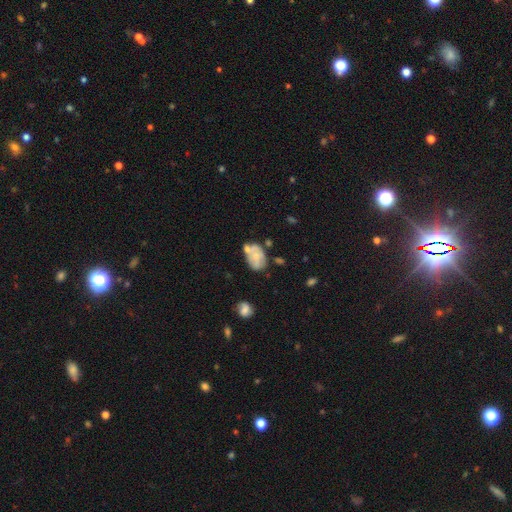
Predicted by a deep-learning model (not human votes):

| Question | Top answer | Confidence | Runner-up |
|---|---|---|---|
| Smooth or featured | smooth | 53% | featured or disk (39%) |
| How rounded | in between | 84% | round (14%) |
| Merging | none | 40% | minor disturbance (27%) |